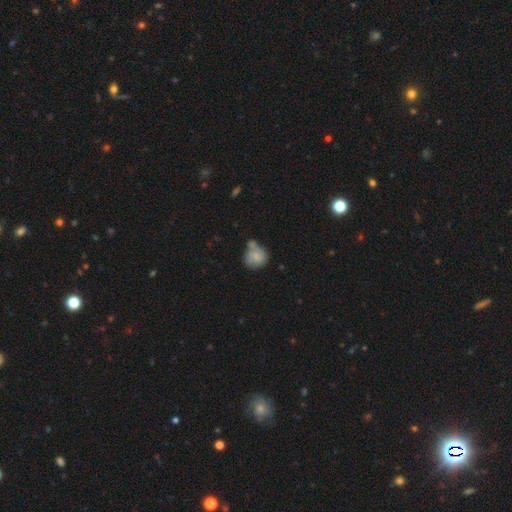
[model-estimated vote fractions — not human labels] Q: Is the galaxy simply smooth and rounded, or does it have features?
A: smooth — 69%.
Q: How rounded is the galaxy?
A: round — 78%.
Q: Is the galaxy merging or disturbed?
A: none — 40%.